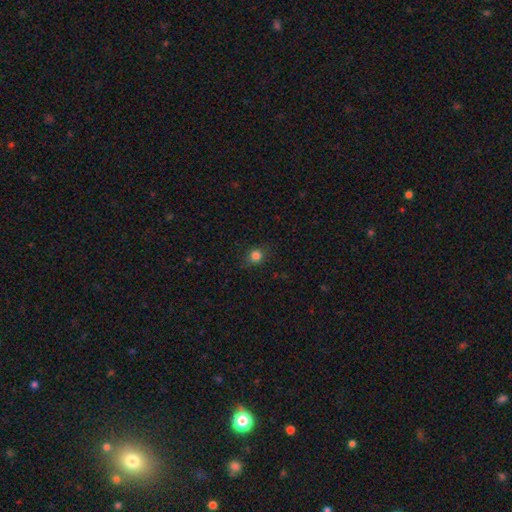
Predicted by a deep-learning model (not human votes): Overall: smooth (81%). How rounded: round (81%). Merging: none (86%).